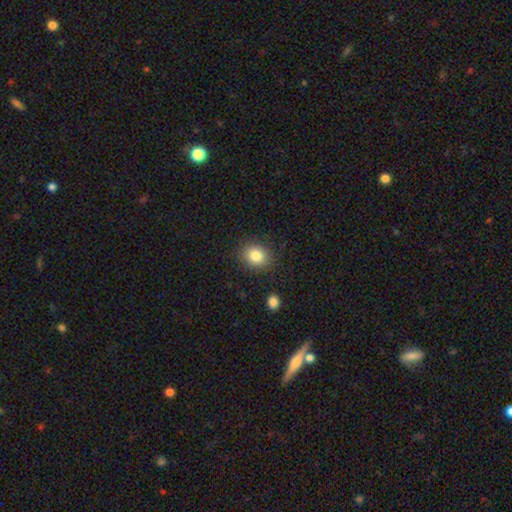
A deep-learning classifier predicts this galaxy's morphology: smooth_or_featured: smooth (p=0.84) [alt: star or artifact p=0.10]
how_rounded: round (p=0.65) [alt: in between p=0.34]
merging: none (p=0.87) [alt: minor disturbance p=0.09]